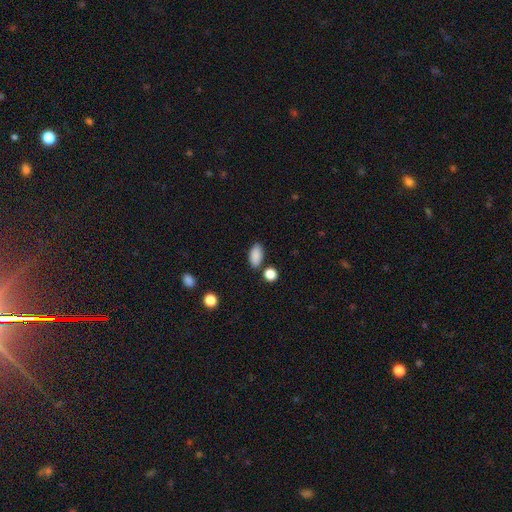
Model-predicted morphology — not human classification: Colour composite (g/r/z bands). It shows a smooth galaxy with no disk features (88%) that is in between round and cigar-shaped (92%). Merging: none (80%).